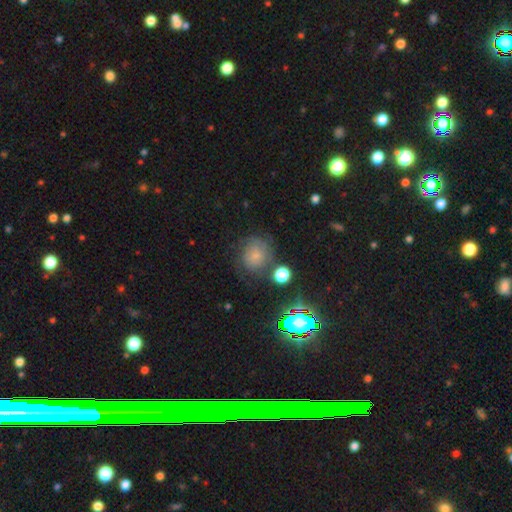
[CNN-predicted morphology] type=smooth (52%); roundness=round (80%); merging=none (64%).